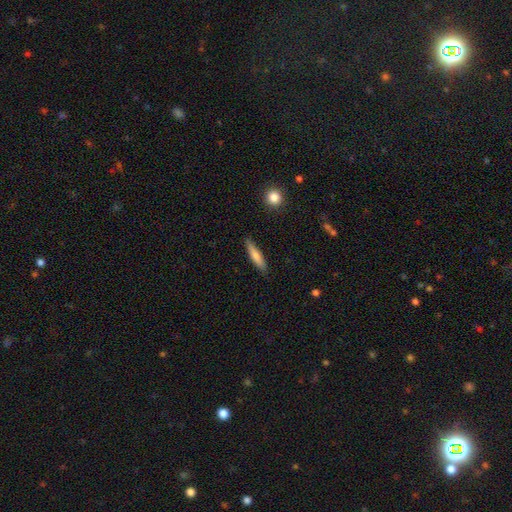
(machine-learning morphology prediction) smooth-or-featured: smooth: 73% | featured or disk: 21% | star or artifact: 6%
  how-rounded: cigar-shaped: 87% | in between: 11% | round: 2%
  merging: none: 88% | minor disturbance: 9% | major disturbance: 2% | merger: 1%